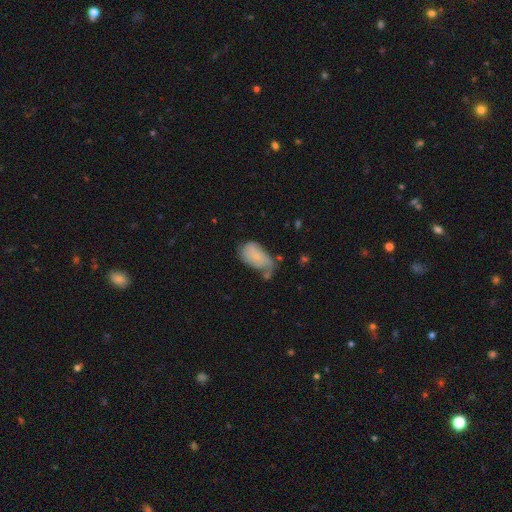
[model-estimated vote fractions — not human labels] Smooth or featured: smooth — 64% (featured or disk — 28%)
How rounded: in between — 91% (round — 7%)
Merging: minor disturbance — 36% (none — 28%)